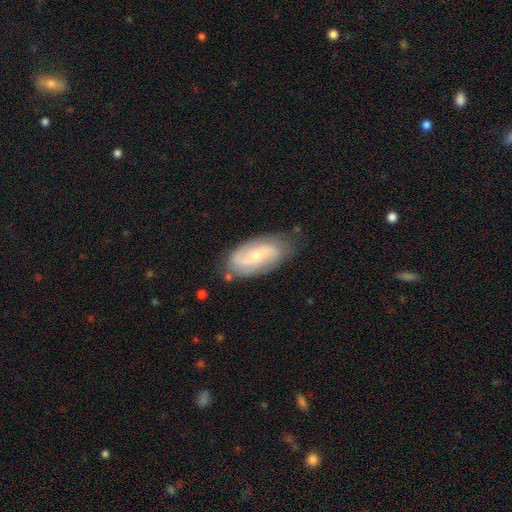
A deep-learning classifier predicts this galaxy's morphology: smooth_or_featured: featured or disk (p=0.72) [alt: smooth p=0.22]
disk_edge_on: no (p=0.93) [alt: yes p=0.07]
bar: no (p=0.50) [alt: weak p=0.38]
has_spiral_arms: yes (p=0.92) [alt: no p=0.08]
spiral_winding: medium (p=0.40) [alt: loose p=0.36]
spiral_arm_count: 2 (p=0.72) [alt: can't tell p=0.15]
bulge_size: small (p=0.67) [alt: moderate p=0.29]
merging: none (p=0.75) [alt: minor disturbance p=0.18]